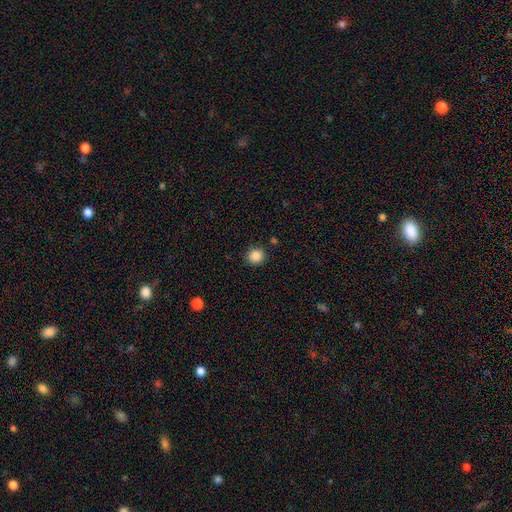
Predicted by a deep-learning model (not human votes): Smooth or featured? Predicted: smooth (p=0.87). How rounded? Predicted: round (p=0.89). Merging? Predicted: none (p=0.89).